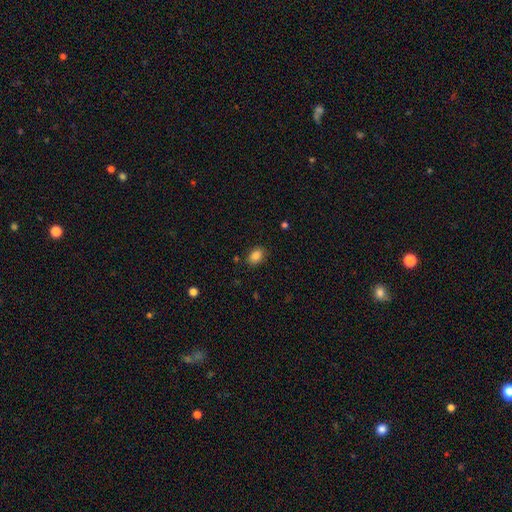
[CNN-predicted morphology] Smooth or featured? smooth (85%)
How rounded? in between (75%)
Merging? none (84%)